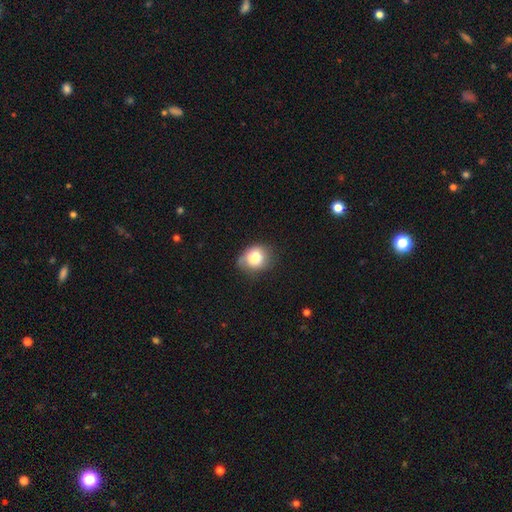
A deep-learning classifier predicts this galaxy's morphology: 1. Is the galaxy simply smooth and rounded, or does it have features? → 78% smooth, 14% featured or disk, 9% star or artifact.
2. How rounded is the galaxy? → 59% round, 40% in between, 1% cigar-shaped.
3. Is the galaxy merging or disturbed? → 50% none, 36% minor disturbance, 11% major disturbance, 3% merger.